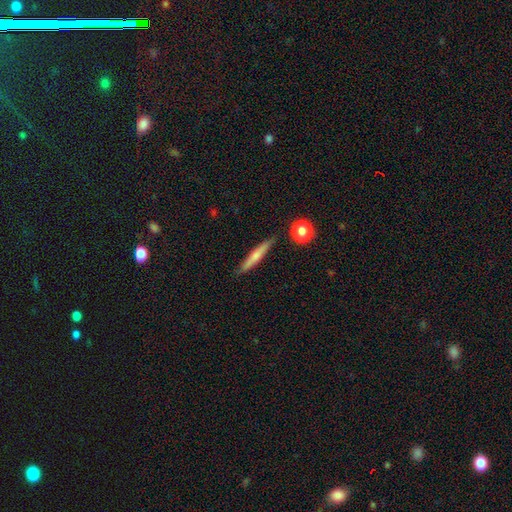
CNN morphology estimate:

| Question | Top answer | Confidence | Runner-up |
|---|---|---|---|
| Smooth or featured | smooth | 56% | featured or disk (37%) |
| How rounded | cigar-shaped | 92% | in between (5%) |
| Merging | none | 88% | minor disturbance (8%) |